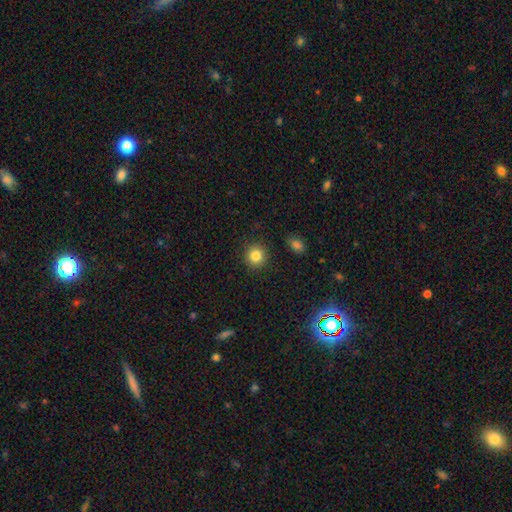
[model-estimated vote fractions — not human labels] Morphology: type=smooth (84%); roundness=round (91%); merging=none (90%).